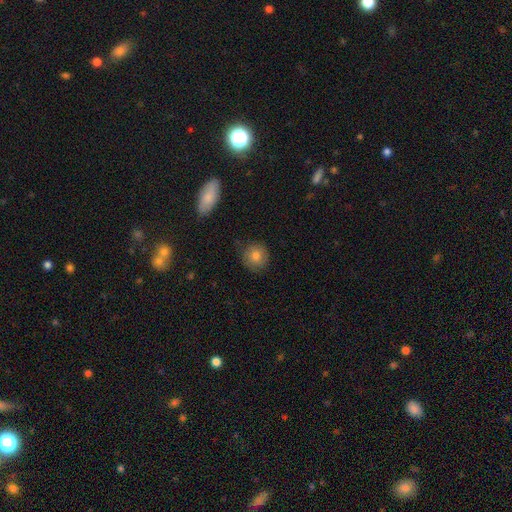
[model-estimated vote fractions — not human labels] Smooth or featured: smooth — 80% (featured or disk — 11%)
How rounded: round — 90% (in between — 9%)
Merging: none — 83% (minor disturbance — 13%)